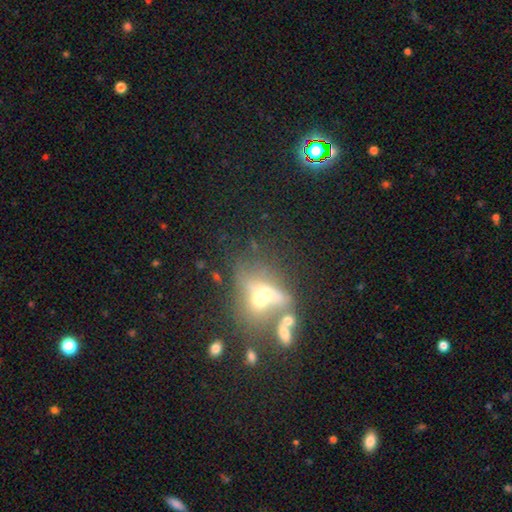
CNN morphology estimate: A featured or disk galaxy (40%).

Vote fractions:
- Smooth or featured? featured or disk: 40% / smooth: 31% / star or artifact: 29%
- Merging? none: 37% / merger: 33% / major disturbance: 16% / minor disturbance: 15%